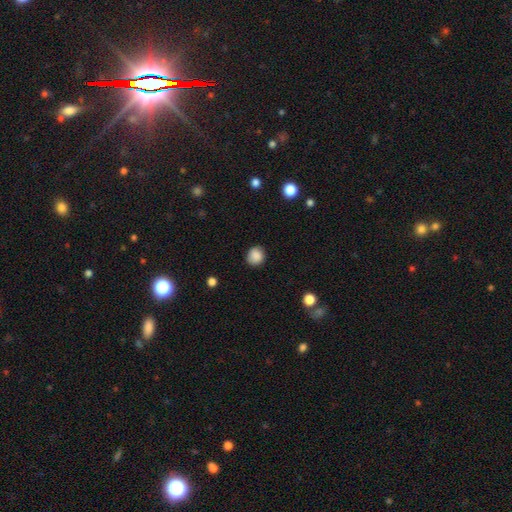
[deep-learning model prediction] Smooth or featured: smooth — 86% (star or artifact — 9%)
How rounded: round — 79% (in between — 20%)
Merging: none — 82% (minor disturbance — 13%)